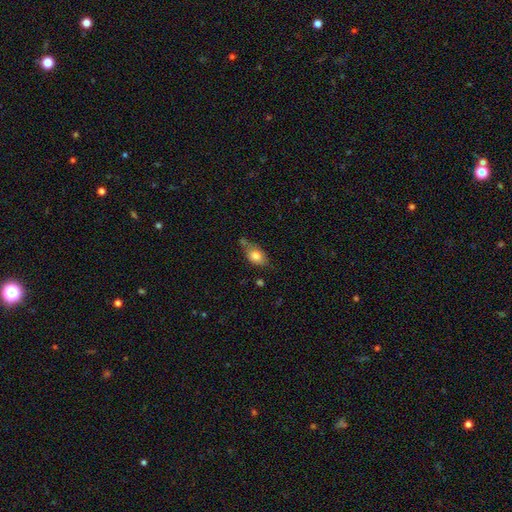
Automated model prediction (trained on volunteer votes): A smooth galaxy with no disk features (78%) that is in between round and cigar-shaped (83%). Merging: none (47%).